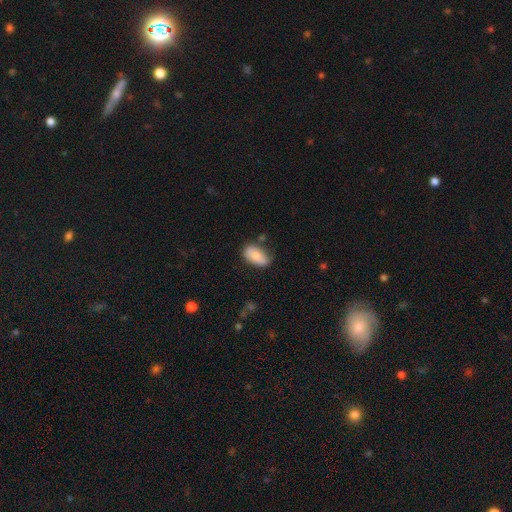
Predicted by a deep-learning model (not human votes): Overall: smooth (72%). How rounded: in between (93%). Merging: none (66%).